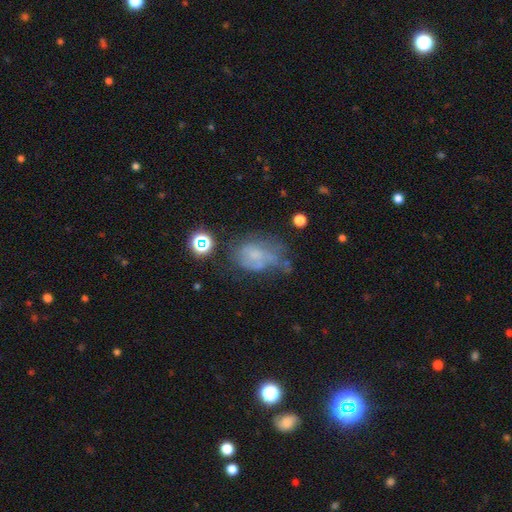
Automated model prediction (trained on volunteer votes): smooth-or-featured: smooth: 44% | featured or disk: 38% | star or artifact: 17%
  merging: major disturbance: 32% | none: 30% | minor disturbance: 29% | merger: 9%